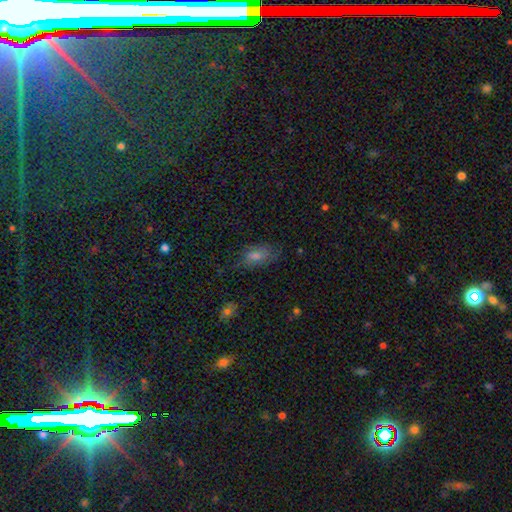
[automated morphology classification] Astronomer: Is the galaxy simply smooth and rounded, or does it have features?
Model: smooth — 53%.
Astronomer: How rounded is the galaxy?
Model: in between — 84%.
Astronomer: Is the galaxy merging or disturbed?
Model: none — 66%.